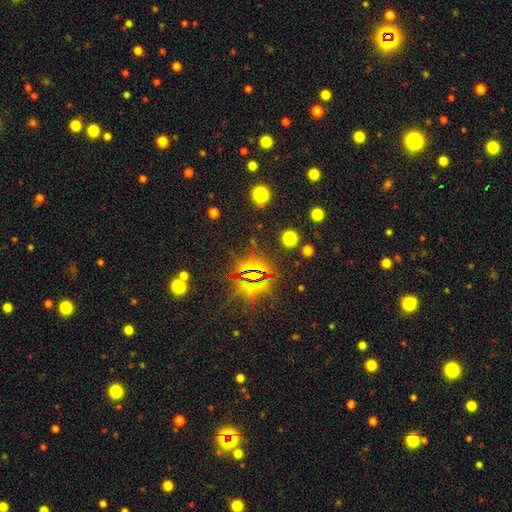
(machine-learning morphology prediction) smooth-or-featured: star or artifact: 81% | smooth: 12% | featured or disk: 7%